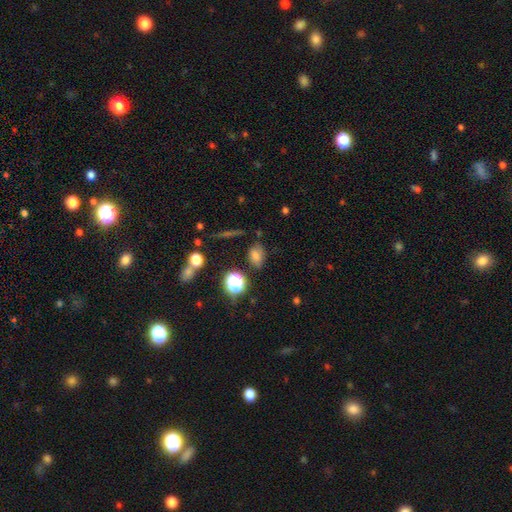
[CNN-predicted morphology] Overall: smooth (62%; star or artifact 26%). How rounded: in between (61%; round 36%). Merging: none (75%).